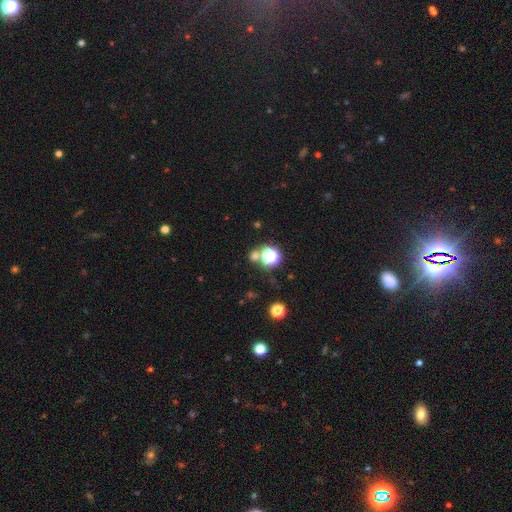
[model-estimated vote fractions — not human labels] A smooth galaxy with no disk features (56%) that is round (82%). Merging: none (64%).